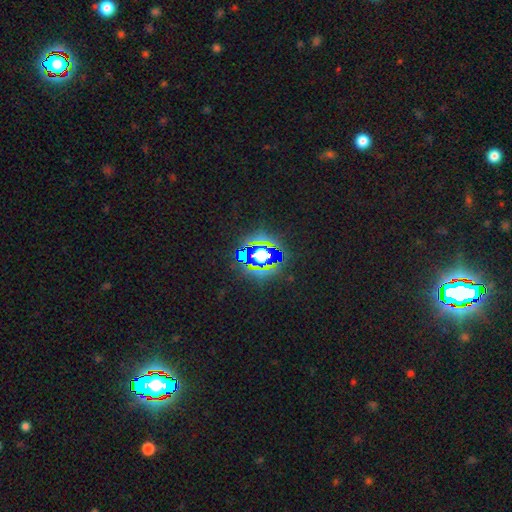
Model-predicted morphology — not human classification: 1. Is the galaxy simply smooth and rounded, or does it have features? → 64% star or artifact, 21% smooth, 15% featured or disk.